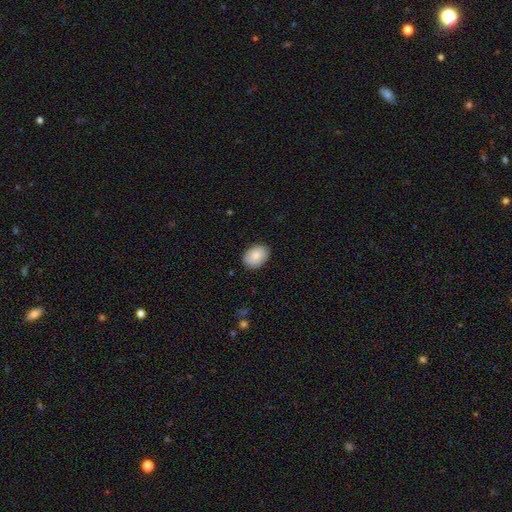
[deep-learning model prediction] Morphology: type=smooth (87%); roundness=in between (80%); merging=none (88%).